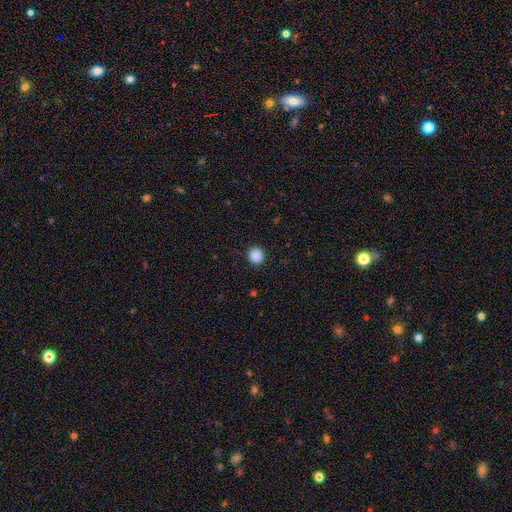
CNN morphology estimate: The model was most divided on "how rounded": round: 79%, in between: 20%, cigar-shaped: 1%. More confident: merging — none (88%); smooth or featured — smooth (88%).